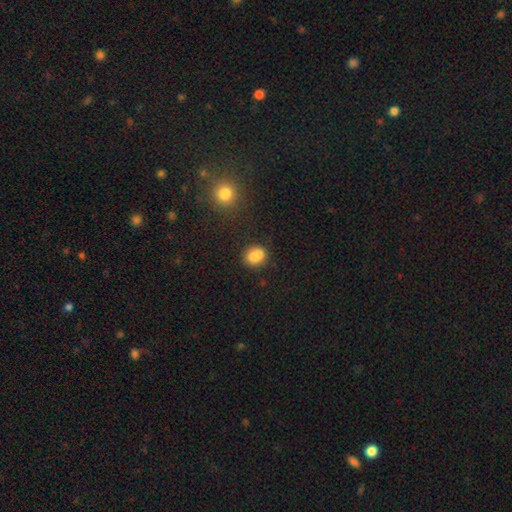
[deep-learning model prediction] smooth 83%, star or artifact 10%, featured or disk 6%. Down the decision tree: how rounded — in between (55%); merging — none (68%).